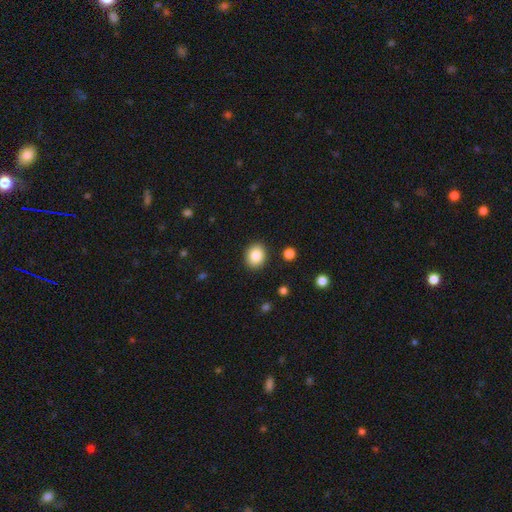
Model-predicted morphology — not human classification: Smooth or featured? Predicted: smooth (p=0.86). How rounded? Predicted: round (p=0.55). Merging? Predicted: none (p=0.90).